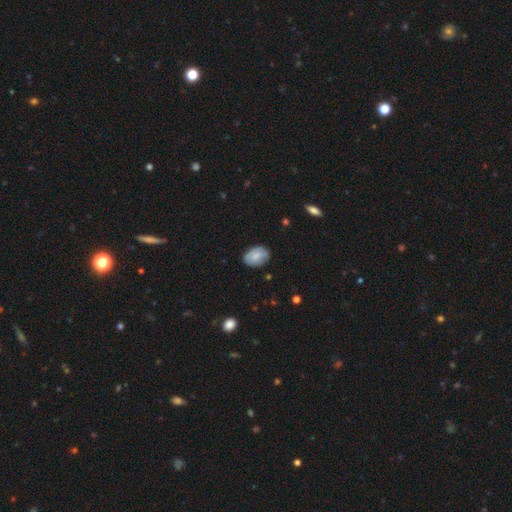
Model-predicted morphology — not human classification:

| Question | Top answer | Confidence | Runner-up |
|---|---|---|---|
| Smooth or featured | smooth | 73% | featured or disk (20%) |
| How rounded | in between | 79% | round (19%) |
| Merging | none | 76% | minor disturbance (19%) |